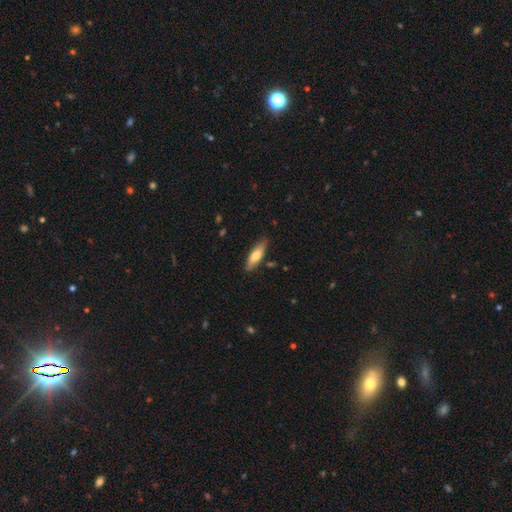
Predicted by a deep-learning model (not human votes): The model was most divided on "how rounded": cigar-shaped: 57%, in between: 41%, round: 2%. More confident: merging — none (83%); smooth or featured — smooth (66%).